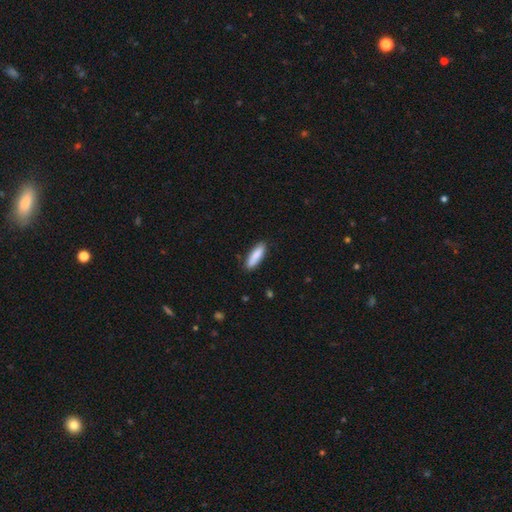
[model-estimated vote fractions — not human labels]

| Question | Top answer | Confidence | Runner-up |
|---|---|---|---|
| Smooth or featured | smooth | 87% | featured or disk (7%) |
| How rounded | cigar-shaped | 65% | in between (34%) |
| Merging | none | 87% | minor disturbance (10%) |